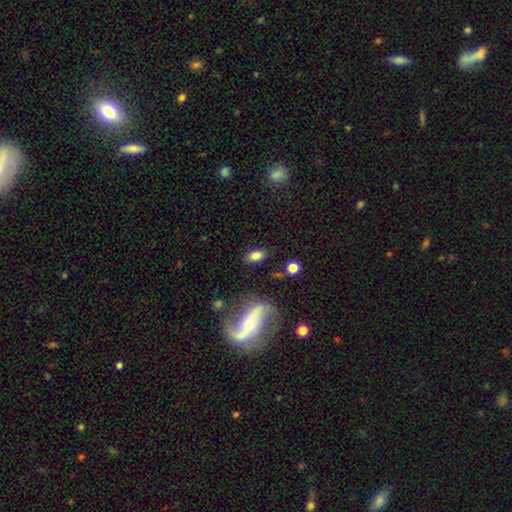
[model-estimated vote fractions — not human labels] Morphology: type=smooth (79%); roundness=in between (89%); merging=none (80%).